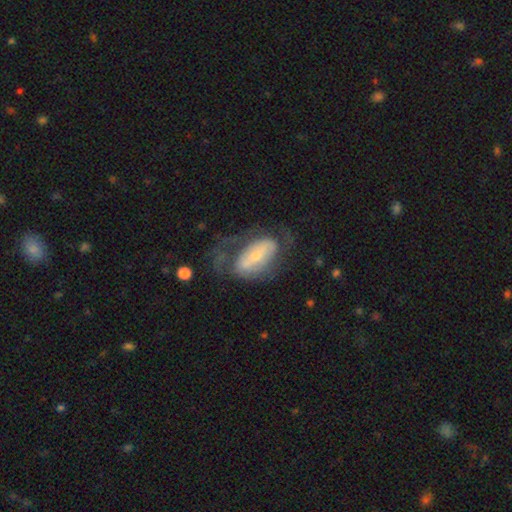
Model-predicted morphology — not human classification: type=featured or disk (63%); edge-on=no (91%); bar=strong (35%, tied with no); spiral arms=yes (58%); bulge=small (60%); merging=none (41%).